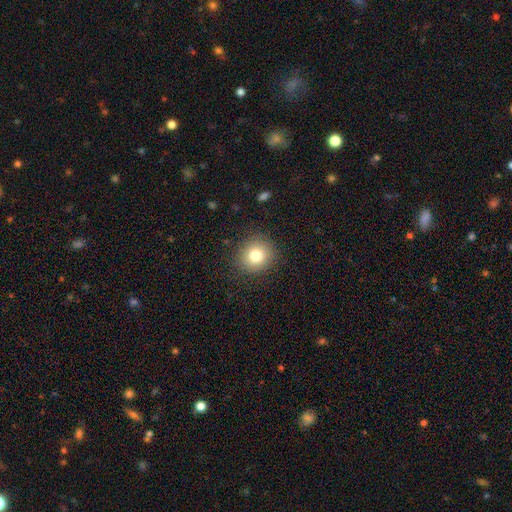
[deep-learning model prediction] smooth_or_featured: smooth (p=0.80) [alt: star or artifact p=0.11]
how_rounded: round (p=0.88) [alt: in between p=0.11]
merging: none (p=0.88) [alt: minor disturbance p=0.08]